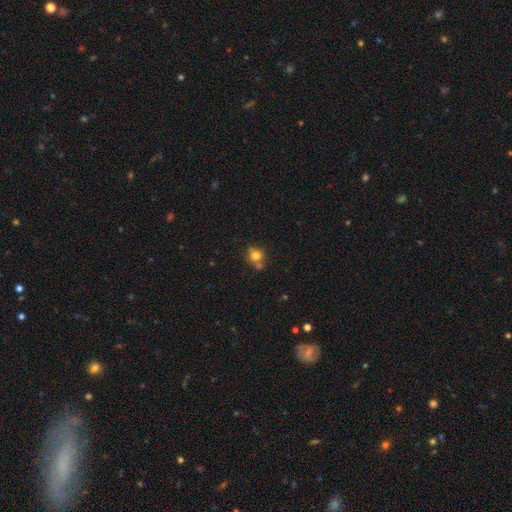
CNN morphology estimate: The model was most divided on "merging": none: 58%, merger: 26%, minor disturbance: 12%, major disturbance: 4%. More confident: how rounded — round (87%); smooth or featured — smooth (78%).